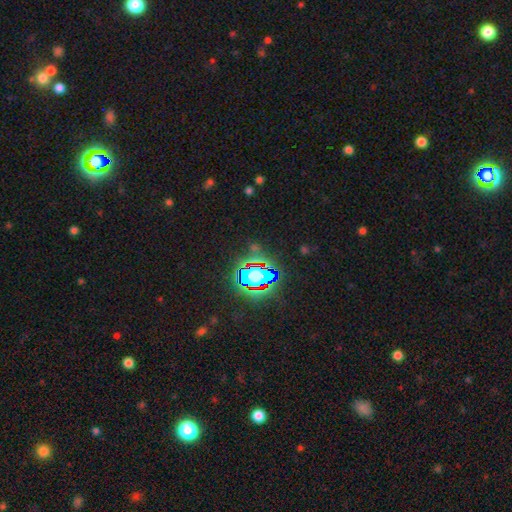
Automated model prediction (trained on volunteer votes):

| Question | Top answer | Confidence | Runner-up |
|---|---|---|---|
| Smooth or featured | star or artifact | 78% | smooth (13%) |